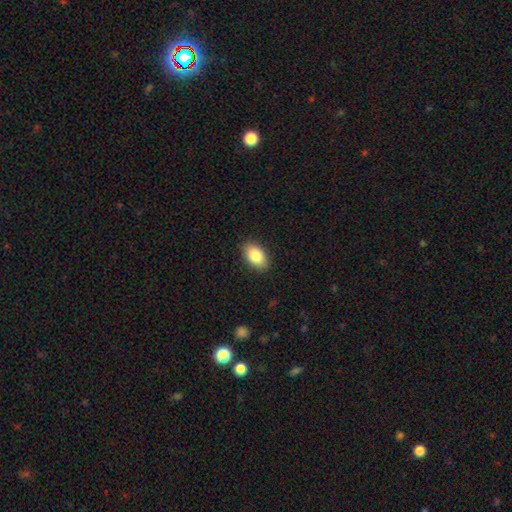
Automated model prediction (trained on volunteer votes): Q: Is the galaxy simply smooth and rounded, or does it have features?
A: smooth — 86%.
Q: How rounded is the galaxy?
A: in between — 90%.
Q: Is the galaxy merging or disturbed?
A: none — 88%.